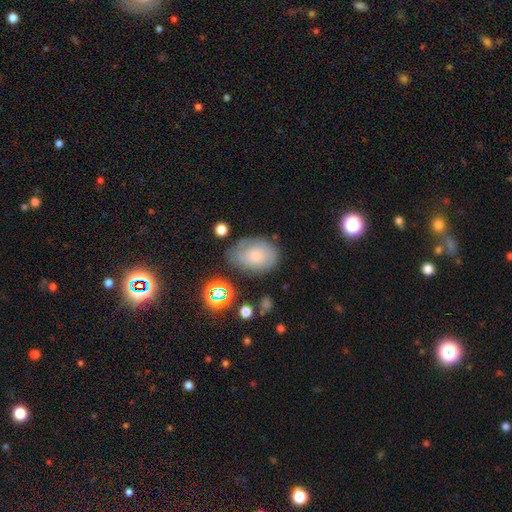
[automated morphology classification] The model was most divided on "smooth or featured": smooth: 57%, featured or disk: 32%, star or artifact: 11%. More confident: how rounded — in between (69%); merging — none (58%).